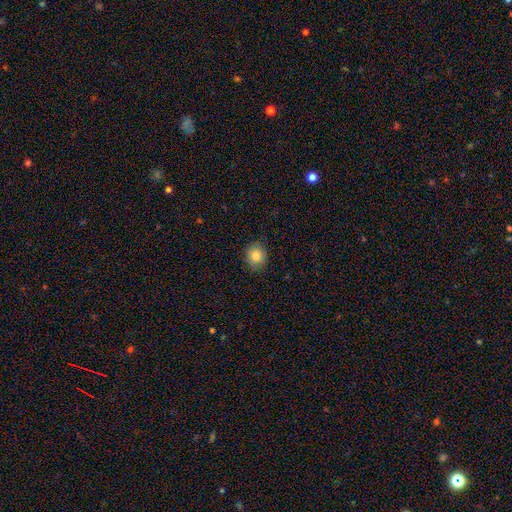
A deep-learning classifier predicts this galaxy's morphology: A smooth galaxy with no disk features (82%) that is round (77%). Merging: none (86%).